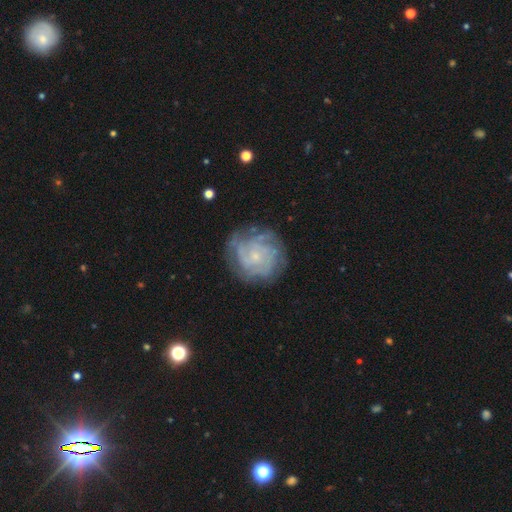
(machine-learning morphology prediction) Overall: featured or disk (75%). Edge-on disk: no (98%). Bar: no (79%). Spiral arms: yes (90%). Spiral arm count: can't tell (44%; 4 17%). Spiral winding: tight (67%). Bulge size: small (78%). Merging: none (74%).